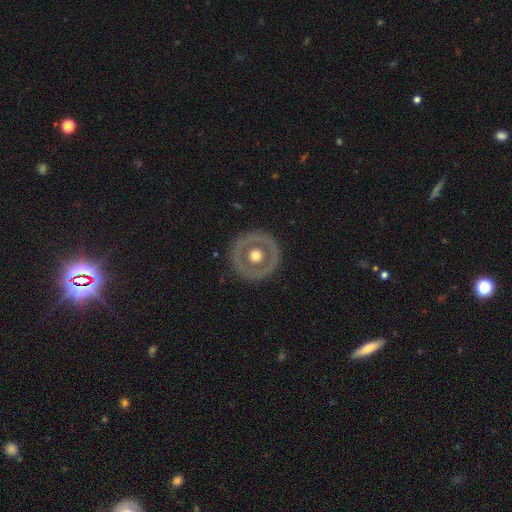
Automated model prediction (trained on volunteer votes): Smooth or featured?
  - featured or disk: 53% *
  - smooth: 42%
  - star or artifact: 5%
Edge-on disk?
  - no: 95% *
  - yes: 5%
Merging?
  - none: 87% *
  - minor disturbance: 9%
  - major disturbance: 3%
  - merger: 1%